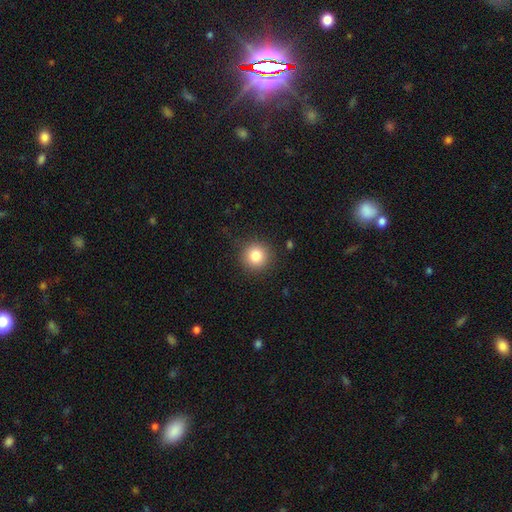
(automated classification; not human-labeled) Smooth or featured? smooth (83%)
How rounded? round (94%)
Merging? none (88%)